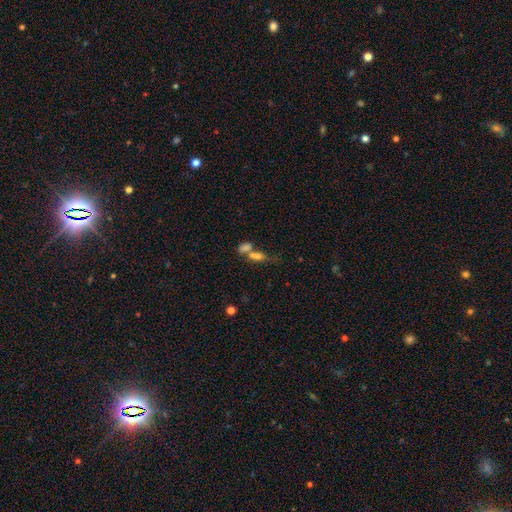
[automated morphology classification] A smooth galaxy with no disk features (71%) that is in between round and cigar-shaped (73%).

Vote fractions:
- Smooth or featured? smooth: 71% / featured or disk: 16% / star or artifact: 12%
- How rounded? in between: 73% / cigar-shaped: 16% / round: 11%
- Merging? merger: 61% / none: 25% / minor disturbance: 8% / major disturbance: 6%